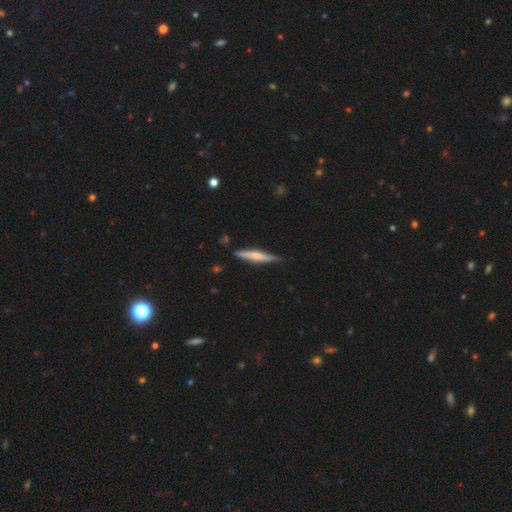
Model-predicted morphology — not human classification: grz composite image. It shows a featured or disk galaxy (48%). Merging: none (81%).